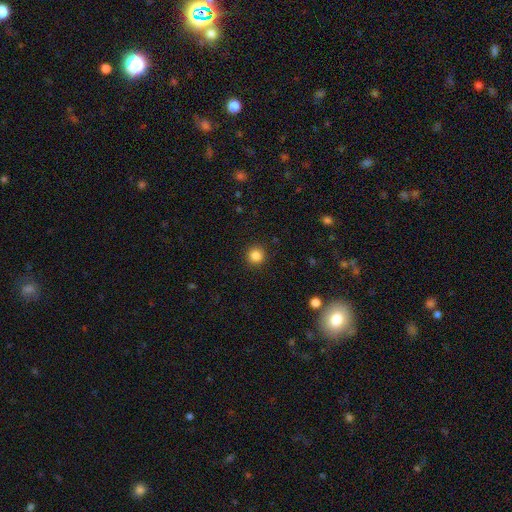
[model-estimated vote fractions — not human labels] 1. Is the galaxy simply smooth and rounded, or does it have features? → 85% smooth, 11% star or artifact, 4% featured or disk.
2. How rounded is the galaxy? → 95% round, 4% in between, 1% cigar-shaped.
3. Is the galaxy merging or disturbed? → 92% none, 5% minor disturbance, 2% major disturbance, 1% merger.